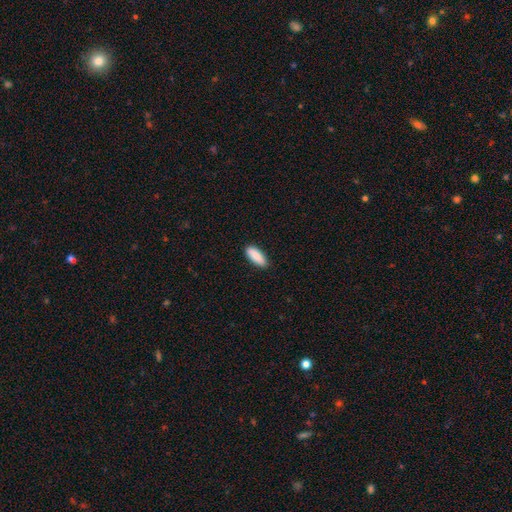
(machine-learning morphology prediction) Q: Smooth or featured?
A: smooth (88%); runner-up: star or artifact (6%)
Q: How rounded?
A: in between (72%); runner-up: cigar-shaped (26%)
Q: Merging?
A: none (87%); runner-up: minor disturbance (11%)